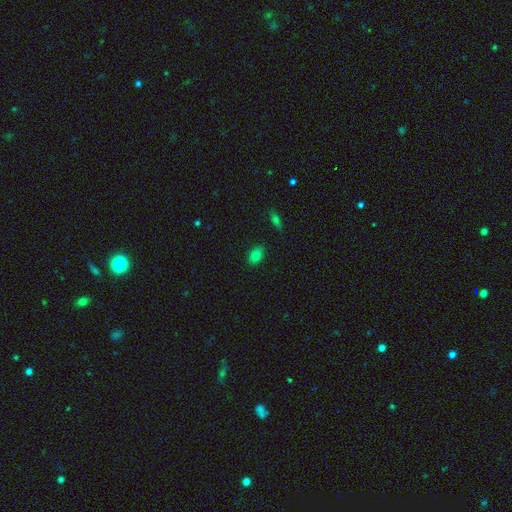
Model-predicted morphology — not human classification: Q: Smooth or featured?
A: smooth (81%); runner-up: star or artifact (12%)
Q: How rounded?
A: in between (84%); runner-up: round (15%)
Q: Merging?
A: none (86%); runner-up: minor disturbance (10%)